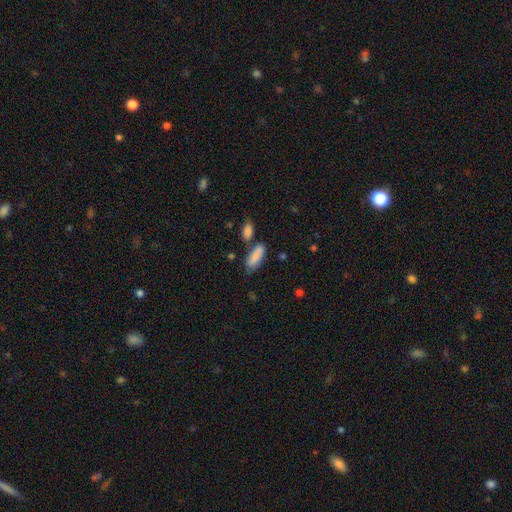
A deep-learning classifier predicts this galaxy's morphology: This appears to be a smooth galaxy with no disk features (82%) that is in between round and cigar-shaped (74%). Merging: none (53%).